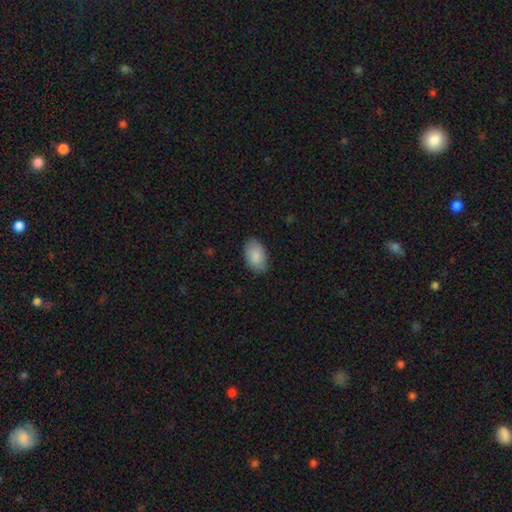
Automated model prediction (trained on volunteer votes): This appears to be a smooth galaxy with no disk features (86%) that is in between round and cigar-shaped (93%). Merging: none (85%).